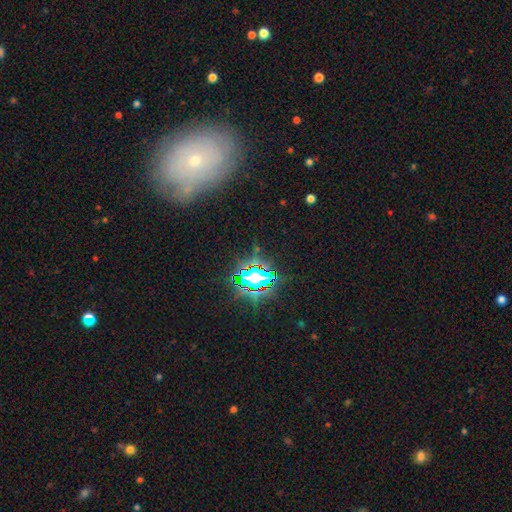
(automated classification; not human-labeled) Smooth or featured: star or artifact — 67% (featured or disk — 17%)